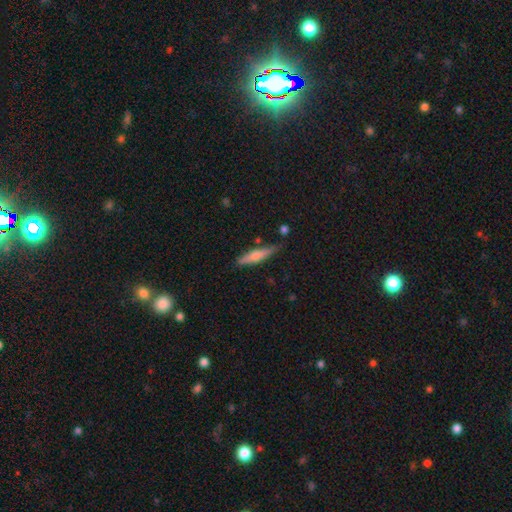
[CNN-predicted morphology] smooth 58%, featured or disk 36%, star or artifact 6%. Down the decision tree: how rounded — cigar-shaped (83%); merging — none (77%).